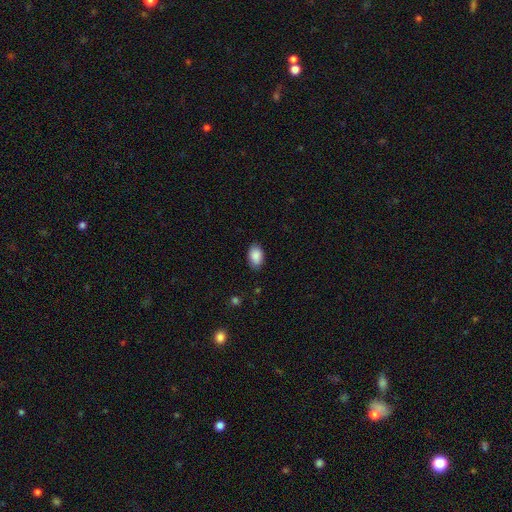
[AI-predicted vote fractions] Smooth or featured? Predicted: smooth (p=0.88). How rounded? Predicted: in between (p=0.91). Merging? Predicted: none (p=0.84).